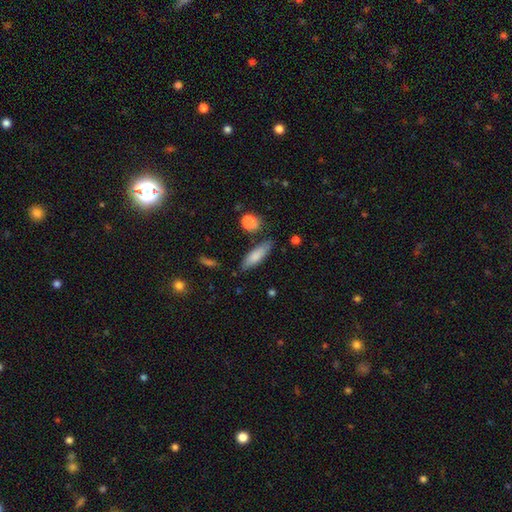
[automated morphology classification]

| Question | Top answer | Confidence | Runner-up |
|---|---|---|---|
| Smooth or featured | smooth | 79% | featured or disk (15%) |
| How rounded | cigar-shaped | 55% | in between (43%) |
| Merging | none | 78% | minor disturbance (14%) |